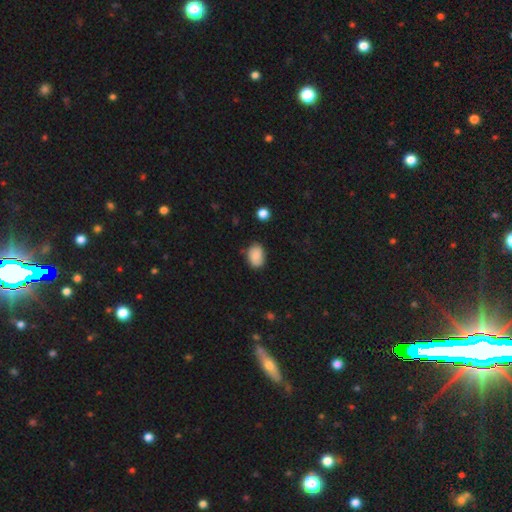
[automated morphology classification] This is clearly a smooth galaxy (84%). How rounded: likely in between (76%). Merging: likely none (74%).